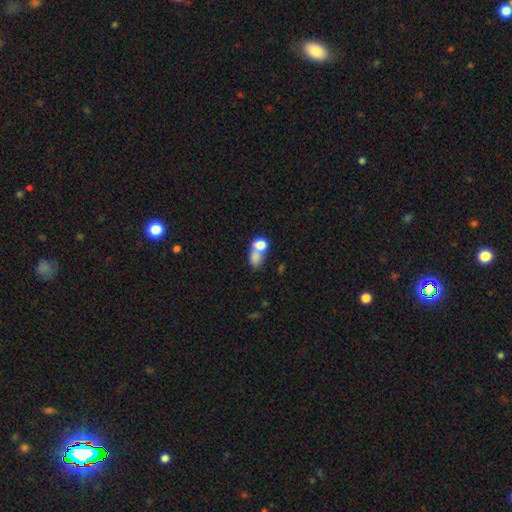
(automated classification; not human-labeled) Smooth or featured? Predicted: smooth (p=0.74). How rounded? Predicted: in between (p=0.51). Merging? Predicted: merger (p=0.63).